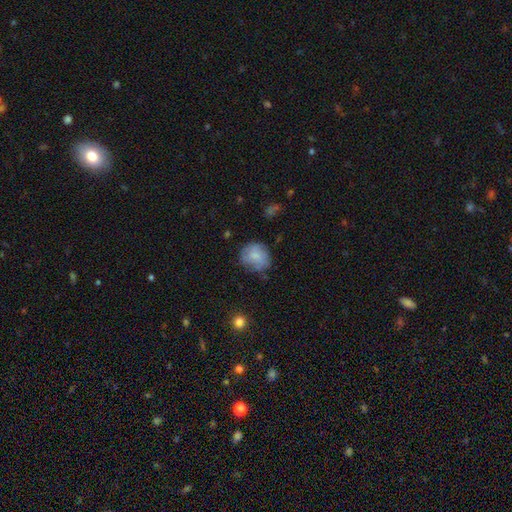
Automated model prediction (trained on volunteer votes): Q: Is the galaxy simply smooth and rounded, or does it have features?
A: smooth — 71%.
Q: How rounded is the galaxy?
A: round — 80%.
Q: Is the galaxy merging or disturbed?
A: none — 65%.